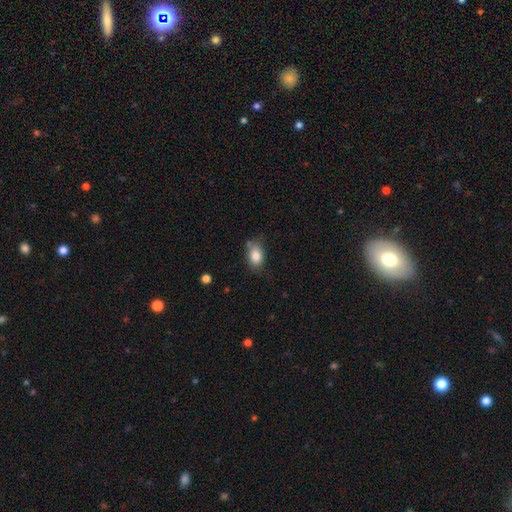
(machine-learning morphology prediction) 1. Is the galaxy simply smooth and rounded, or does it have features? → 84% smooth, 8% featured or disk, 8% star or artifact.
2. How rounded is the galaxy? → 84% in between, 14% round, 2% cigar-shaped.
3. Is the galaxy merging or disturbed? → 63% none, 25% minor disturbance, 6% merger, 6% major disturbance.